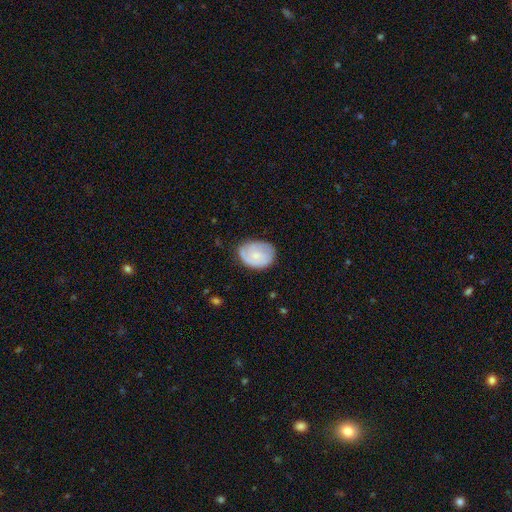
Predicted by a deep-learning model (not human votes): Smooth or featured? Predicted: featured or disk (p=0.52). Edge-on disk? Predicted: no (p=0.97). Bar? Predicted: no (p=0.71). Spiral arms? Predicted: yes (p=0.82). Bulge size? Predicted: small (p=0.64). Merging? Predicted: none (p=0.68).